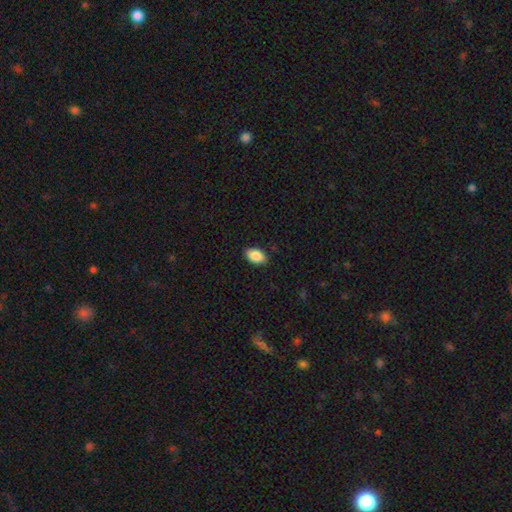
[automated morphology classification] smooth 89%, star or artifact 7%, featured or disk 4%. Down the decision tree: how rounded — in between (92%); merging — none (89%).